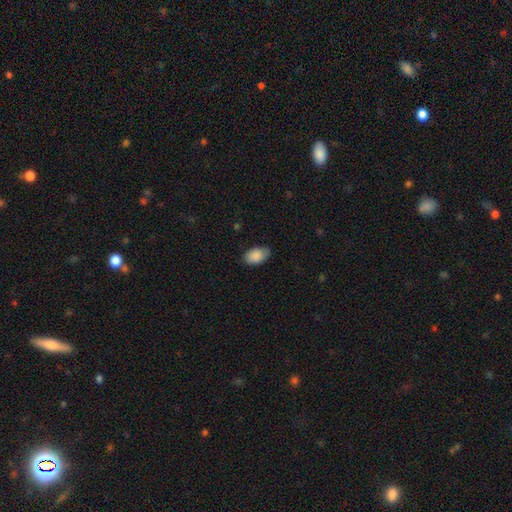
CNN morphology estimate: Smooth or featured? smooth (87%)
How rounded? in between (90%)
Merging? none (73%)